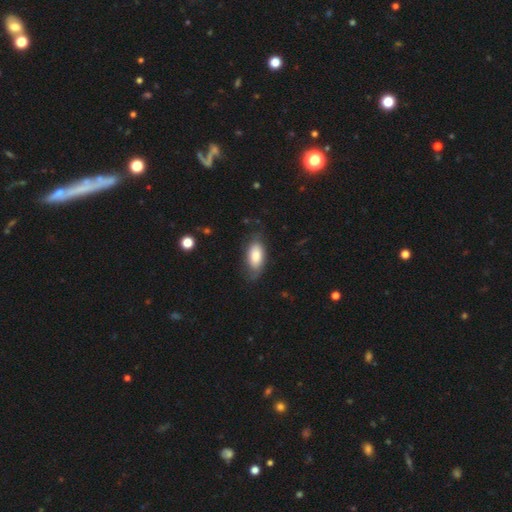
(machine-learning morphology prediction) Overall: smooth (75%). How rounded: in between (89%). Merging: none (71%).